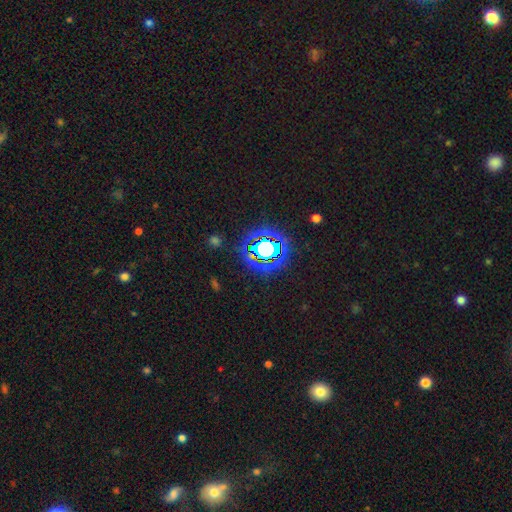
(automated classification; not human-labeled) A star or artifact, not a galaxy (68%).

Vote fractions:
- Smooth or featured? star or artifact: 68% / smooth: 20% / featured or disk: 11%